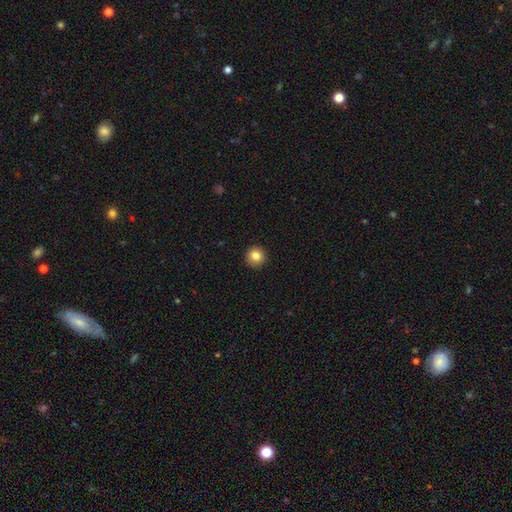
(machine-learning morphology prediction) smooth-or-featured: smooth: 84% | star or artifact: 10% | featured or disk: 6%
  how-rounded: round: 95% | in between: 4% | cigar-shaped: 1%
  merging: none: 93% | minor disturbance: 5% | major disturbance: 1% | merger: 1%